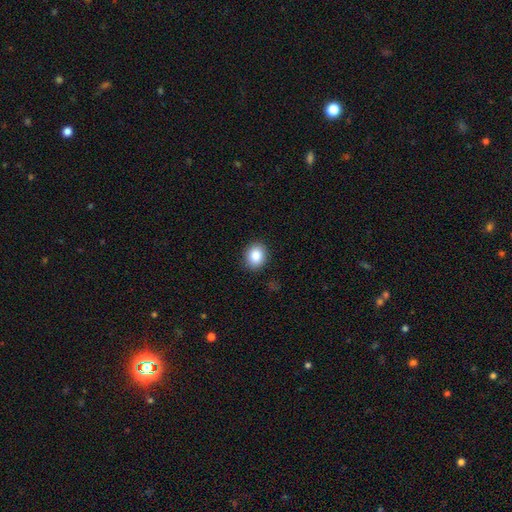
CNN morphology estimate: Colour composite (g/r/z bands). It shows a smooth galaxy with no disk features (86%) that is round (62%). Merging: none (89%).